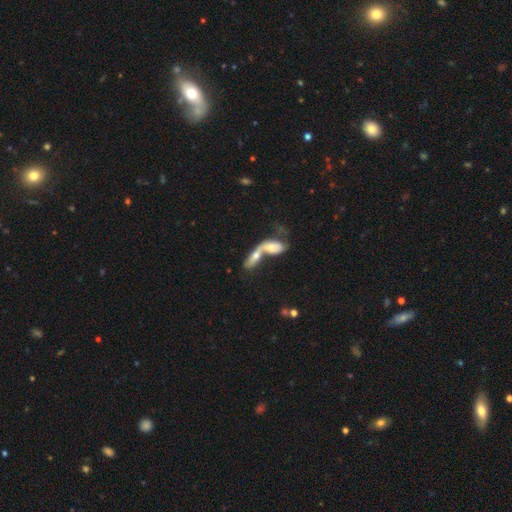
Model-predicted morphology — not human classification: The model was most divided on "smooth or featured": smooth: 52%, featured or disk: 40%, star or artifact: 8%. More confident: merging — merger (80%); how rounded — in between (64%).